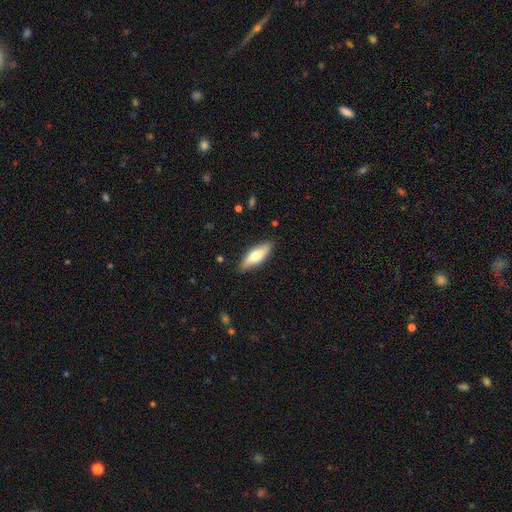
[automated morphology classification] Smooth or featured? Predicted: smooth (p=0.65). How rounded? Predicted: in between (p=0.52). Merging? Predicted: none (p=0.86).